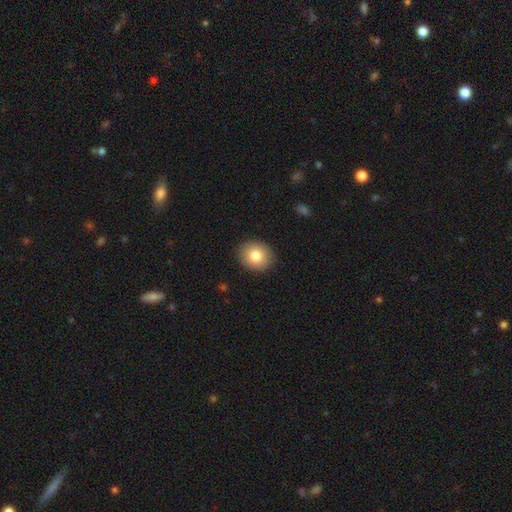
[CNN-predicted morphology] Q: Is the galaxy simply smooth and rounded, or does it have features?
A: smooth — 81%.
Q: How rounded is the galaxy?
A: round — 67%.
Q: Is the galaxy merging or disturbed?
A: none — 90%.